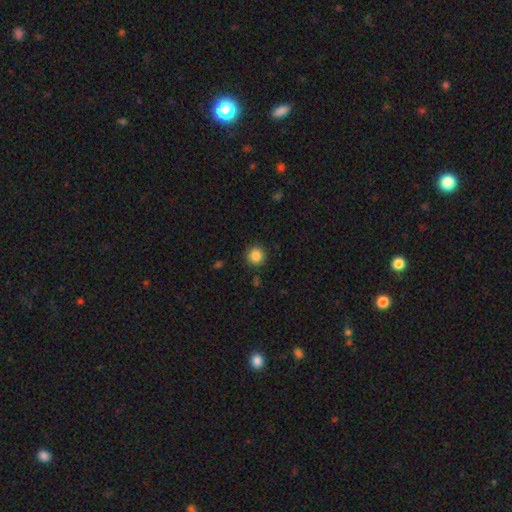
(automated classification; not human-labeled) This is clearly a smooth galaxy (86%). How rounded: clearly round (94%). Merging: clearly none (89%).